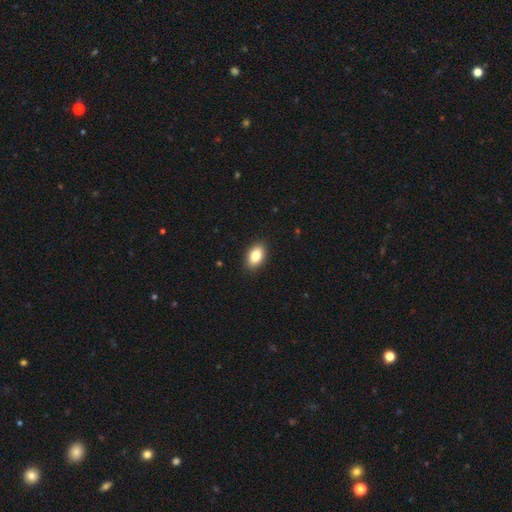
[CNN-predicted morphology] smooth_or_featured: smooth (p=0.83) [alt: featured or disk p=0.09]
how_rounded: in between (p=0.90) [alt: round p=0.09]
merging: none (p=0.90) [alt: minor disturbance p=0.07]